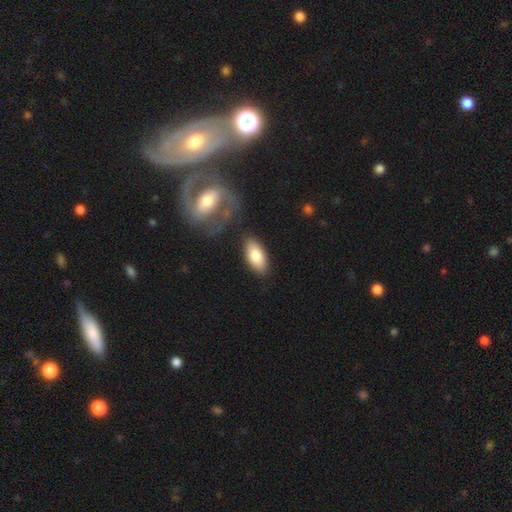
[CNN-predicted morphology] Q: Smooth or featured?
A: smooth (80%); runner-up: featured or disk (14%)
Q: How rounded?
A: in between (90%); runner-up: cigar-shaped (8%)
Q: Merging?
A: none (82%); runner-up: minor disturbance (11%)